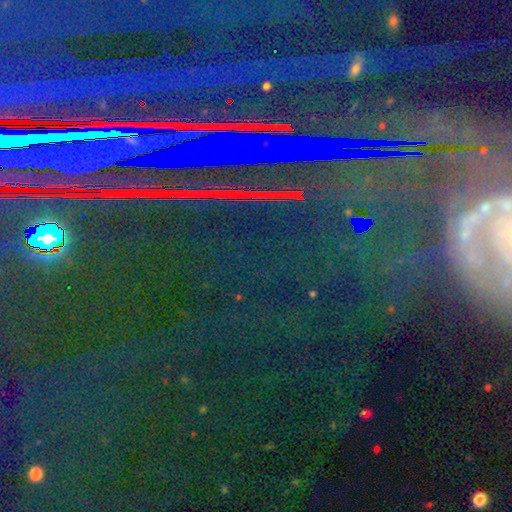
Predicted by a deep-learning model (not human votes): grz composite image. It shows a star or artifact, not a galaxy (72%).